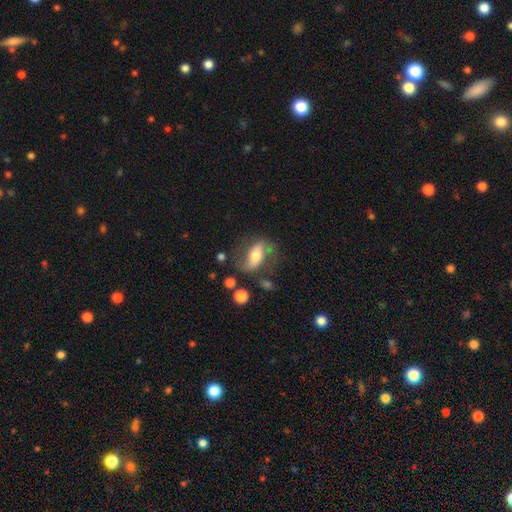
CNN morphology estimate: Smooth or featured? Predicted: featured or disk (p=0.58). Edge-on disk? Predicted: no (p=0.87). Bar? Predicted: strong (p=0.43). Spiral arms? Predicted: yes (p=0.75). Bulge size? Predicted: moderate (p=0.64). Merging? Predicted: none (p=0.62).